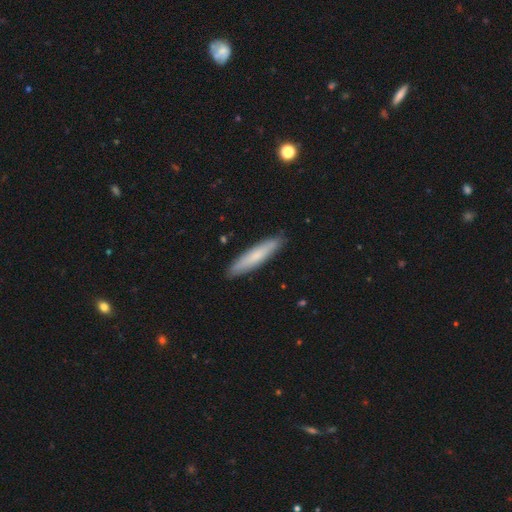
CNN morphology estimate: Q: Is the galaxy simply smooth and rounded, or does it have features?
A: smooth — 71%.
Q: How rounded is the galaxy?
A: cigar-shaped — 87%.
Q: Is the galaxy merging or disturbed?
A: none — 89%.